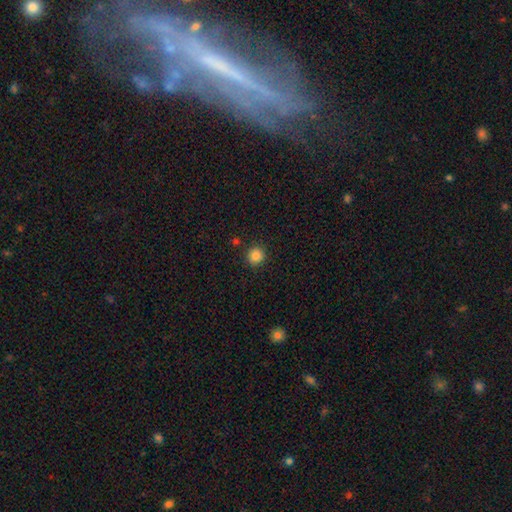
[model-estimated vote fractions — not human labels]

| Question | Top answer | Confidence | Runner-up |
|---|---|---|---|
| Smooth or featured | smooth | 85% | star or artifact (11%) |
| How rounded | round | 93% | in between (6%) |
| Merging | none | 89% | minor disturbance (6%) |